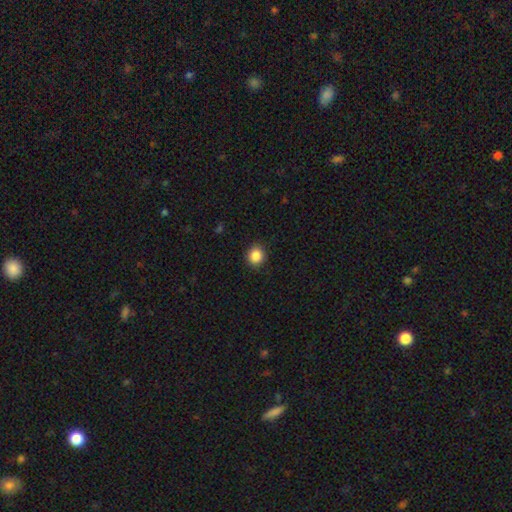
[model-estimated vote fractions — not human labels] The model was most divided on "how rounded": round: 84%, in between: 15%, cigar-shaped: 1%. More confident: merging — none (90%); smooth or featured — smooth (87%).